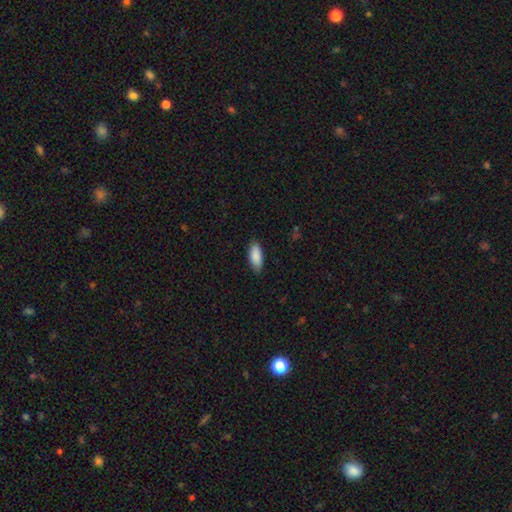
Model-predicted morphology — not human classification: Smooth or featured? smooth (89%)
How rounded? in between (84%)
Merging? none (82%)